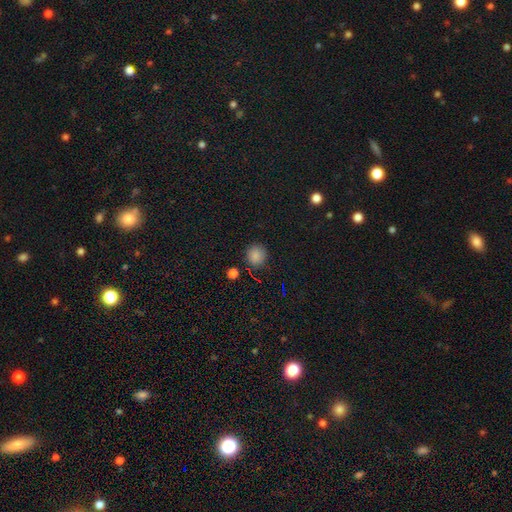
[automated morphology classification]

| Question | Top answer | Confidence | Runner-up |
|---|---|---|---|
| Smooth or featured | smooth | 83% | star or artifact (13%) |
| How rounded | round | 90% | in between (9%) |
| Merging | none | 85% | minor disturbance (9%) |